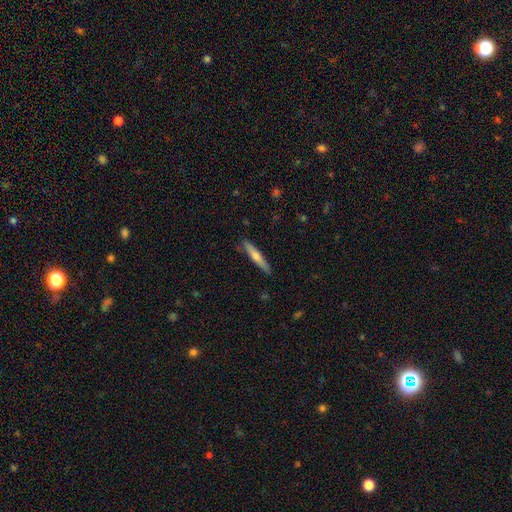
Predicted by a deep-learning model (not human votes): Morphology: type=featured or disk (51%); edge-on=yes (95%); merging=none (89%).